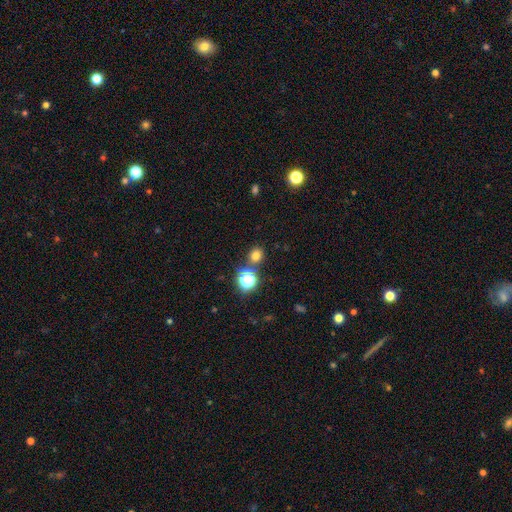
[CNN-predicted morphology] This is likely a smooth galaxy (74%). How rounded: clearly round (80%). Merging: clearly none (81%).